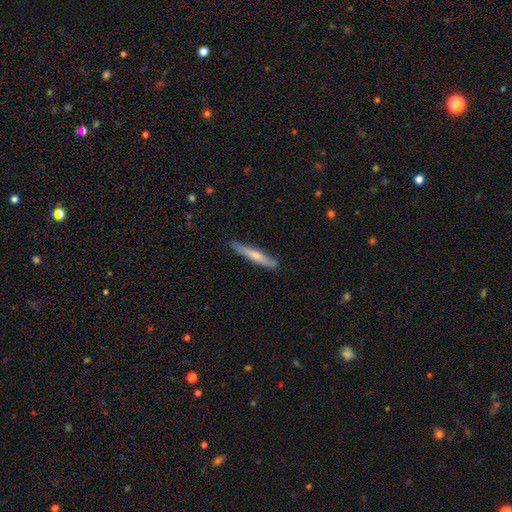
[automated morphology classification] Overall: smooth (63%; featured or disk 32%). How rounded: cigar-shaped (93%). Merging: none (83%).